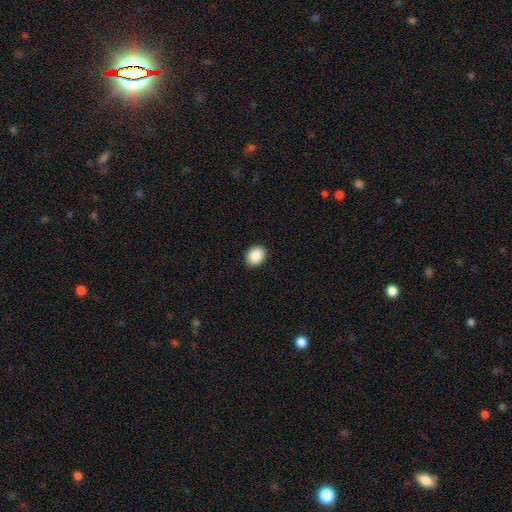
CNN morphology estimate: smooth-or-featured: smooth: 88% | star or artifact: 8% | featured or disk: 4%
  how-rounded: in between: 51% | round: 48% | cigar-shaped: 1%
  merging: none: 91% | minor disturbance: 6% | major disturbance: 2% | merger: 1%